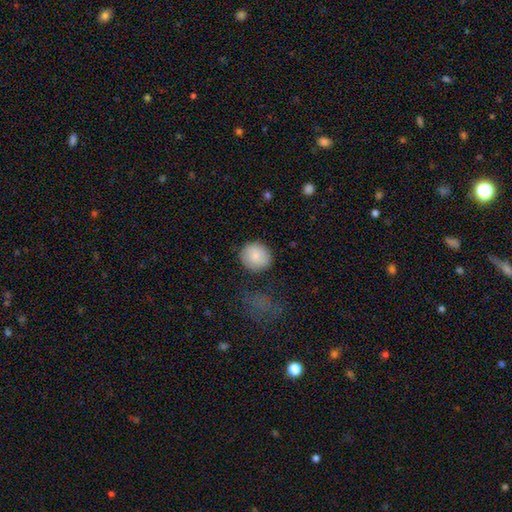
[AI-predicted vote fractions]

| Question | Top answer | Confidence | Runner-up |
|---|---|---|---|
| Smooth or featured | smooth | 85% | featured or disk (8%) |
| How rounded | round | 84% | in between (15%) |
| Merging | none | 84% | minor disturbance (11%) |